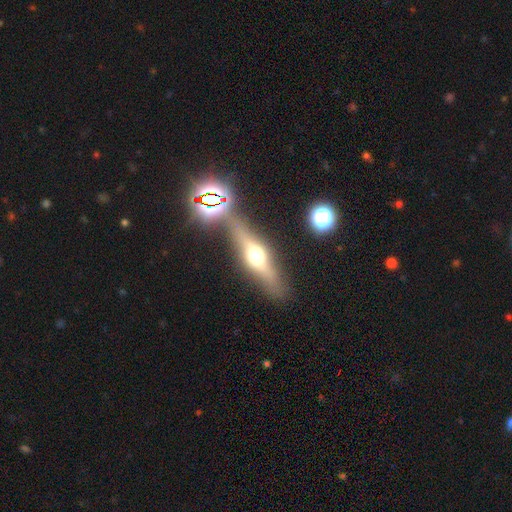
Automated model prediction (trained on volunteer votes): The model was most divided on "smooth or featured": featured or disk: 57%, smooth: 33%, star or artifact: 10%. More confident: edge-on bulge — rounded (94%); edge-on disk — yes (89%); merging — none (70%).